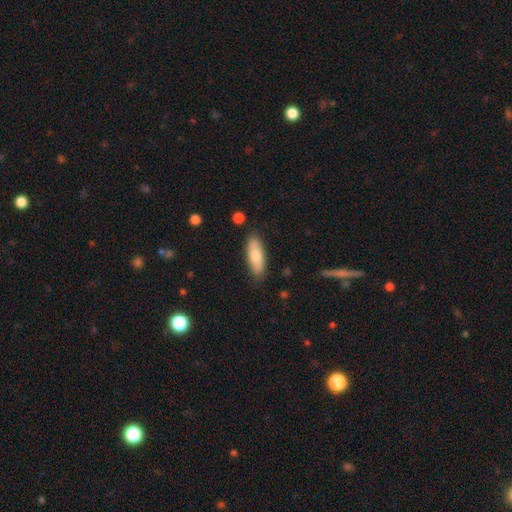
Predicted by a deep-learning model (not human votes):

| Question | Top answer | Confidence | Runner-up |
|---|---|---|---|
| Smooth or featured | smooth | 78% | featured or disk (16%) |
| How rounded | in between | 65% | cigar-shaped (33%) |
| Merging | none | 85% | minor disturbance (11%) |